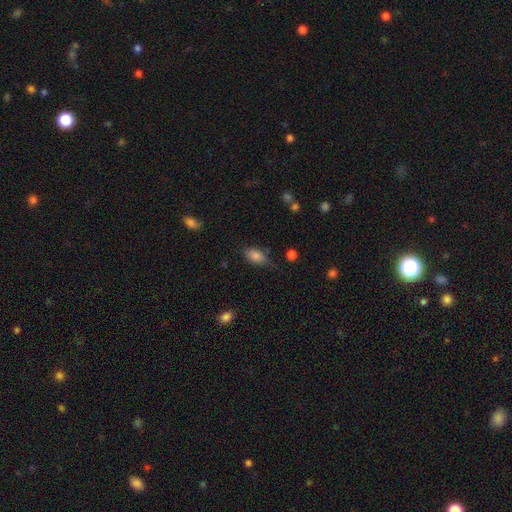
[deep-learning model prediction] Smooth or featured? Predicted: smooth (p=0.82). How rounded? Predicted: in between (p=0.89). Merging? Predicted: none (p=0.69).